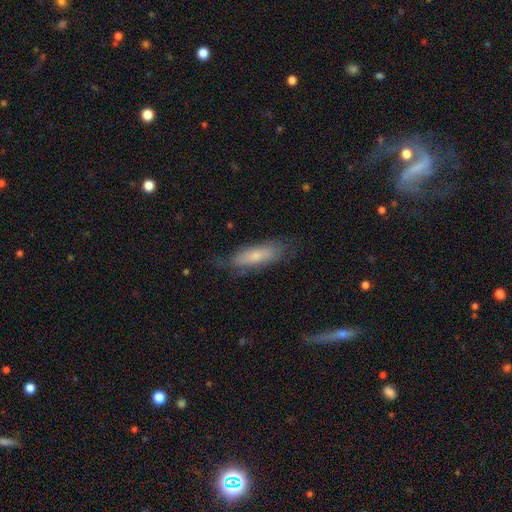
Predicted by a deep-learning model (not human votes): Q: Smooth or featured?
A: smooth (60%); runner-up: featured or disk (33%)
Q: How rounded?
A: in between (51%); runner-up: cigar-shaped (47%)
Q: Merging?
A: none (68%); runner-up: minor disturbance (23%)